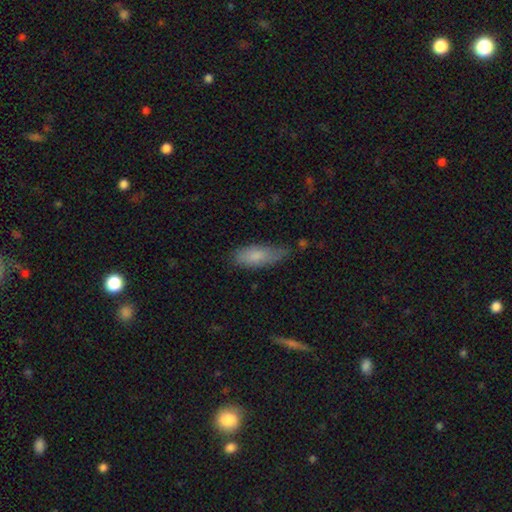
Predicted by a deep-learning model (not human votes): A smooth galaxy with no disk features (79%) that is in between round and cigar-shaped (69%). Merging: none (55%).